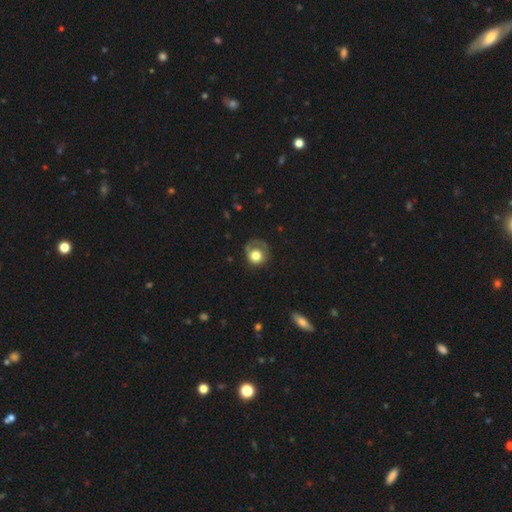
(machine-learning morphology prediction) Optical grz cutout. It shows a smooth galaxy with no disk features (65%) that is round (81%). Merging: none (46%).